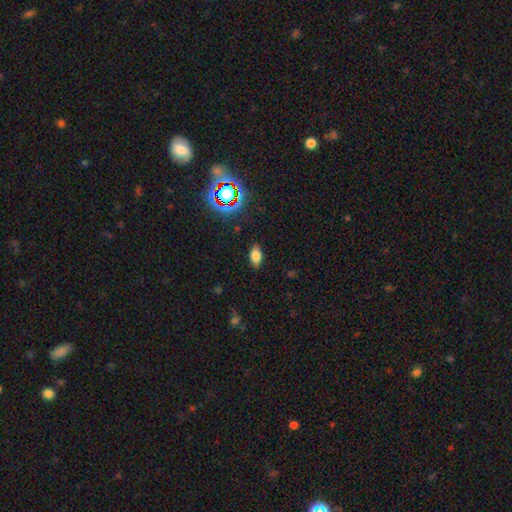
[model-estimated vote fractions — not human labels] Q: Smooth or featured?
A: smooth (76%); runner-up: star or artifact (14%)
Q: How rounded?
A: in between (89%); runner-up: round (7%)
Q: Merging?
A: none (86%); runner-up: minor disturbance (11%)